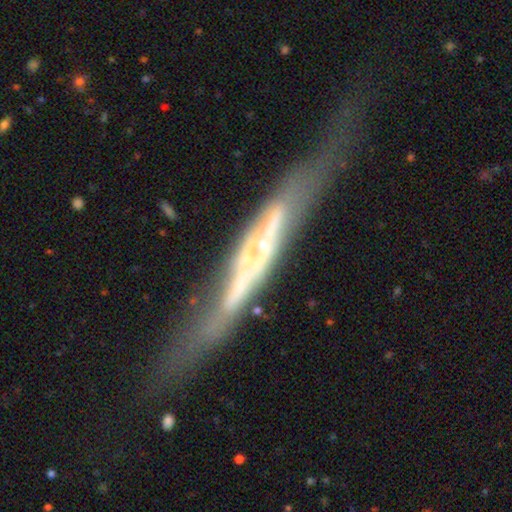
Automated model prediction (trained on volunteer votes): The model was most divided on "edge-on bulge" (2-way tie): boxy: 37%, none: 37%, rounded: 26%. More confident: edge-on disk — yes (88%); smooth or featured — featured or disk (75%); merging — none (59%).